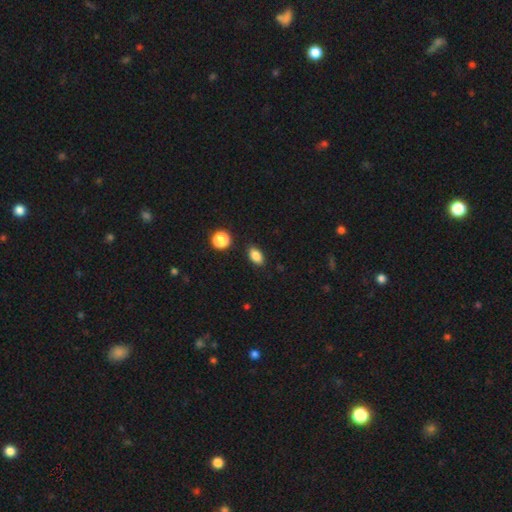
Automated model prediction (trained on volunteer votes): This appears to be a smooth galaxy with no disk features (85%) that is in between round and cigar-shaped (86%). Merging: none (87%).